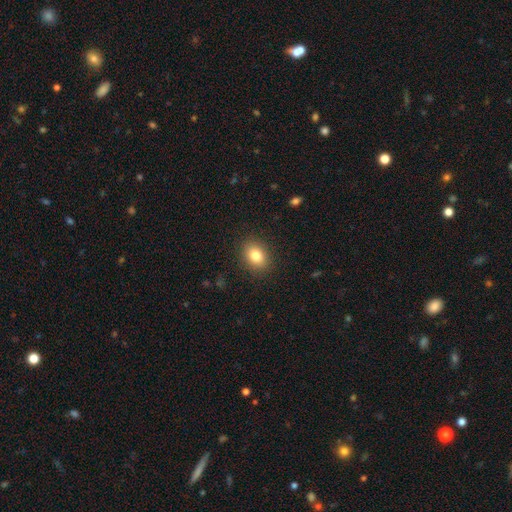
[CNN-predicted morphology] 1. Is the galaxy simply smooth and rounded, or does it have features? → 82% smooth, 10% star or artifact, 8% featured or disk.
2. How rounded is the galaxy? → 66% in between, 33% round, 1% cigar-shaped.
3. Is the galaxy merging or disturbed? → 88% none, 8% minor disturbance, 3% major disturbance, 1% merger.